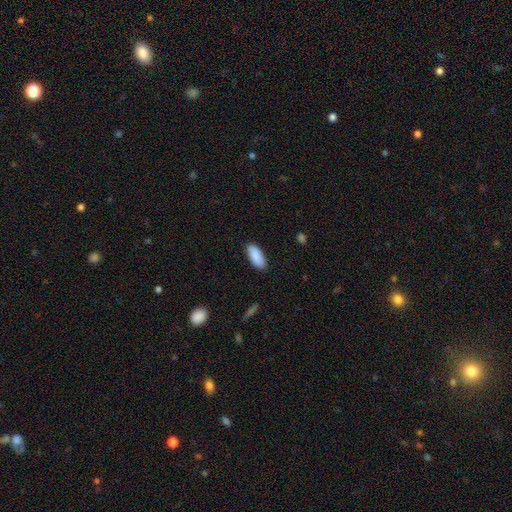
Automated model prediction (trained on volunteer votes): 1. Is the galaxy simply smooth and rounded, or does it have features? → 90% smooth, 6% star or artifact, 4% featured or disk.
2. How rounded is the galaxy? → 85% in between, 13% cigar-shaped, 2% round.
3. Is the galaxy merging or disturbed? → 87% none, 10% minor disturbance, 2% major disturbance, 1% merger.